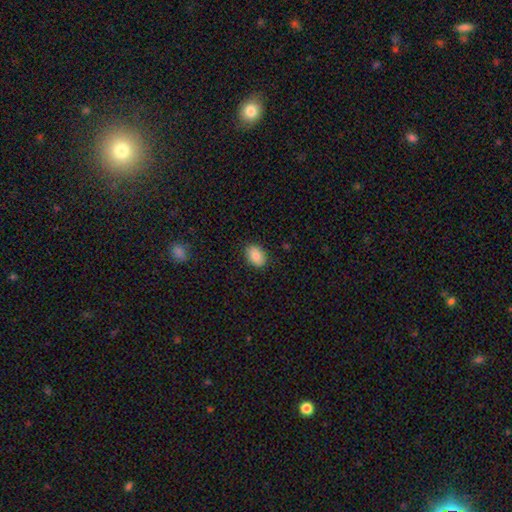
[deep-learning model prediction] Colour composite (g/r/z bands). It shows a smooth galaxy with no disk features (86%) that is in between round and cigar-shaped (78%). Merging: none (88%).